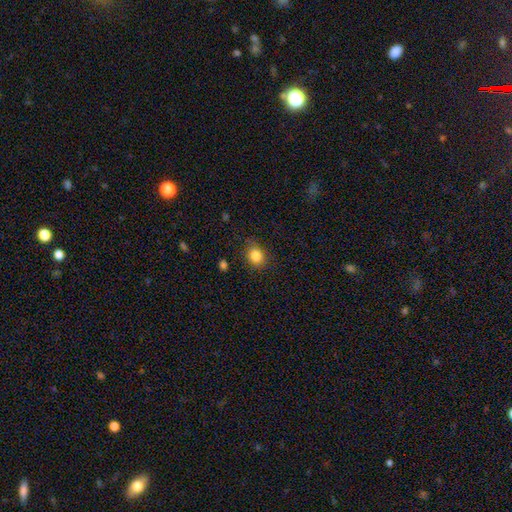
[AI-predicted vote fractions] A smooth galaxy with no disk features (84%) that is round (66%).

Vote fractions:
- Smooth or featured? smooth: 84% / star or artifact: 10% / featured or disk: 5%
- How rounded? round: 66% / in between: 33% / cigar-shaped: 1%
- Merging? none: 80% / minor disturbance: 14% / major disturbance: 4% / merger: 2%